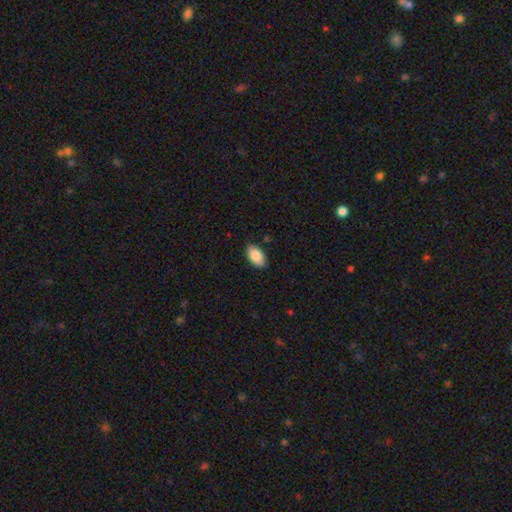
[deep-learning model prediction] The model was most divided on "merging": none: 87%, minor disturbance: 9%, major disturbance: 2%, merger: 1%. More confident: how rounded — in between (95%); smooth or featured — smooth (87%).